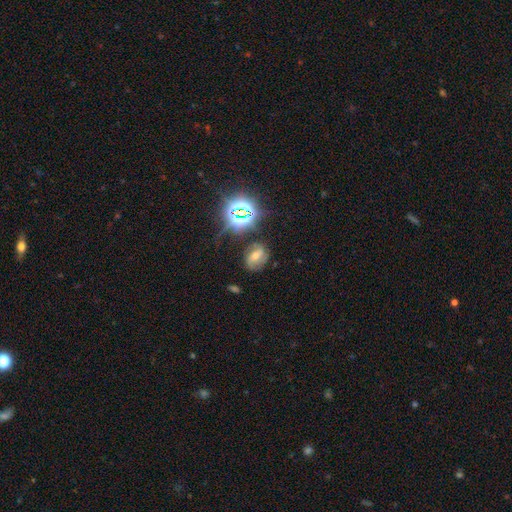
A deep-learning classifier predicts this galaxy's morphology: Q: Smooth or featured?
A: featured or disk (48%); runner-up: star or artifact (32%)
Q: Merging?
A: none (74%); runner-up: minor disturbance (16%)